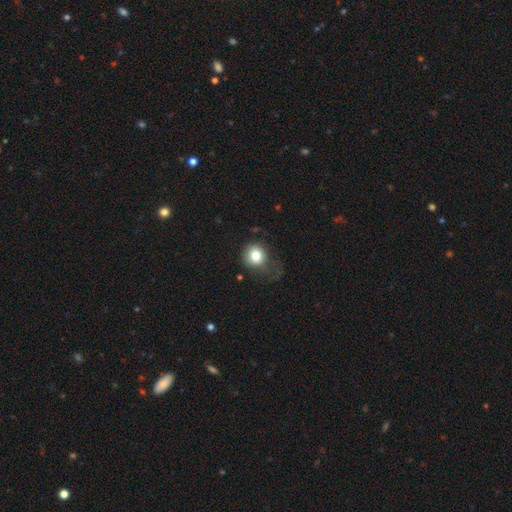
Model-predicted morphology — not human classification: smooth 78%, featured or disk 11%, star or artifact 11%. Down the decision tree: how rounded — round (85%); merging — none (51%).